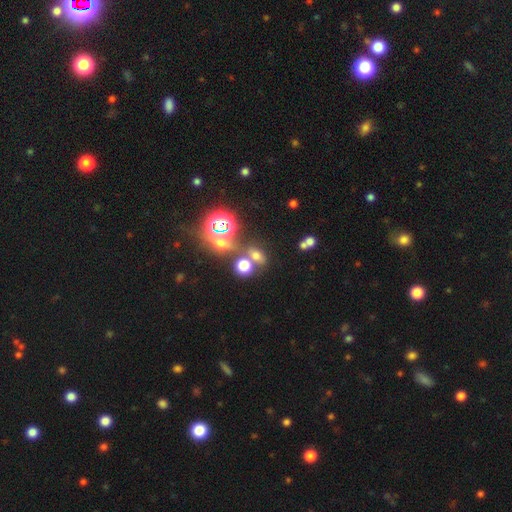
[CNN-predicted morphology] This appears to be a smooth galaxy with no disk features (51%) that is in between round and cigar-shaped (56%). Merging: none (60%).